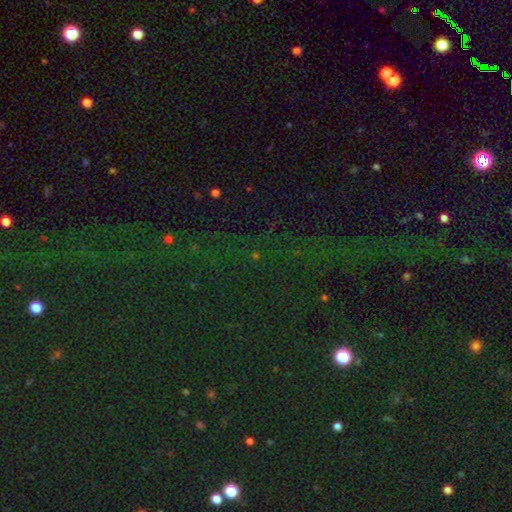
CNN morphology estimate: star or artifact 76%, smooth 16%, featured or disk 7%.